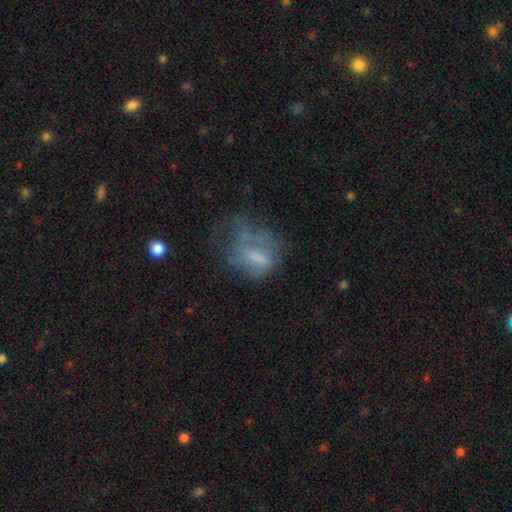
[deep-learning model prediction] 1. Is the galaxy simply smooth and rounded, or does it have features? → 46% smooth, 41% featured or disk, 13% star or artifact.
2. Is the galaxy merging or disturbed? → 41% major disturbance, 29% none, 23% minor disturbance, 7% merger.